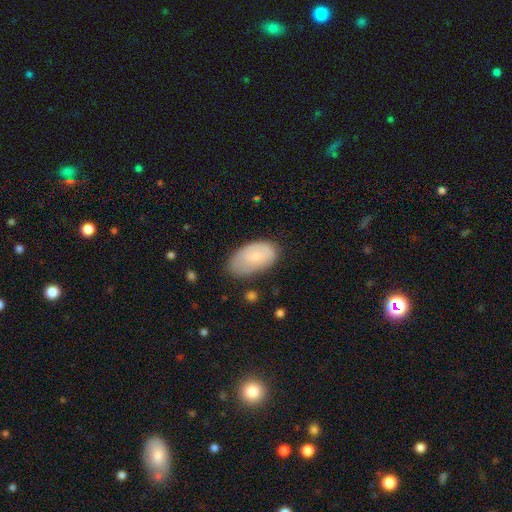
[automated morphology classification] type=smooth (71%); roundness=in between (94%); merging=none (62%).